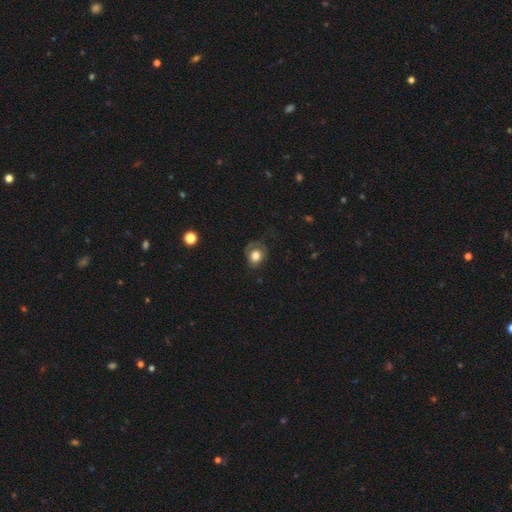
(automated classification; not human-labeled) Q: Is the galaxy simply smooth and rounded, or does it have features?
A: smooth — 66%.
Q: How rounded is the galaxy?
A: round — 61%.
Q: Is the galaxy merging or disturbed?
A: none — 60%.